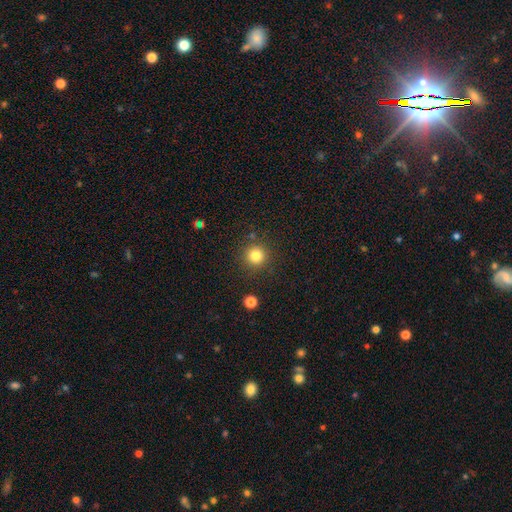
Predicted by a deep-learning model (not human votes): This appears to be a smooth galaxy with no disk features (82%) that is round (95%). Merging: none (88%).